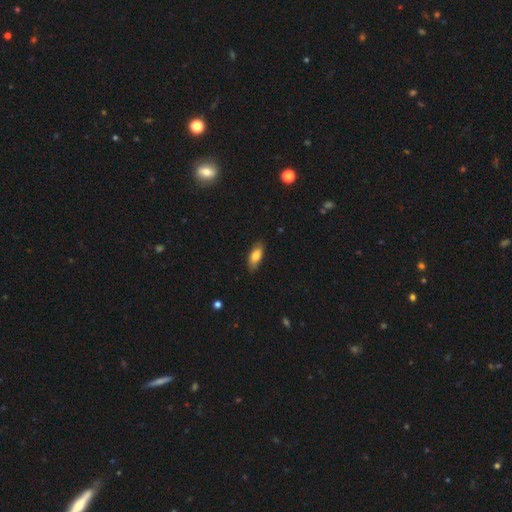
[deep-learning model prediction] Q: Smooth or featured?
A: smooth (78%); runner-up: featured or disk (15%)
Q: How rounded?
A: in between (80%); runner-up: cigar-shaped (18%)
Q: Merging?
A: none (82%); runner-up: minor disturbance (14%)